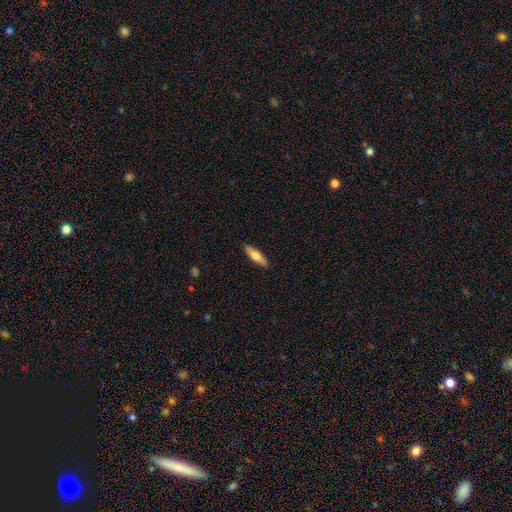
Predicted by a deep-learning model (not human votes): smooth 64%, featured or disk 30%, star or artifact 6%. Down the decision tree: how rounded — cigar-shaped (60%); merging — none (89%).